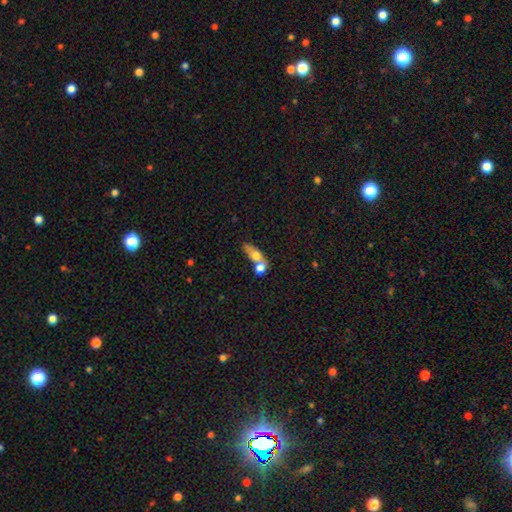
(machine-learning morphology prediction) smooth_or_featured: smooth (p=0.67) [alt: featured or disk p=0.25]
how_rounded: in between (p=0.58) [alt: round p=0.25]
merging: merger (p=0.64) [alt: none p=0.21]